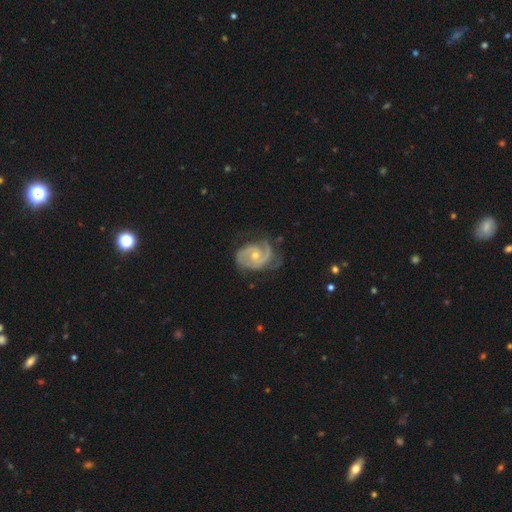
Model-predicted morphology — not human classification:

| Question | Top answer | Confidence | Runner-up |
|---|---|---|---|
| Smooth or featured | featured or disk | 89% | smooth (6%) |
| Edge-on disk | no | 98% | yes (2%) |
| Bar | no | 65% | weak (29%) |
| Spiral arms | yes | 97% | no (3%) |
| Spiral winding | tight | 47% | medium (42%) |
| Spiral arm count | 2 | 63% | 3 (17%) |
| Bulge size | small | 52% | moderate (45%) |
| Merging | none | 61% | minor disturbance (25%) |